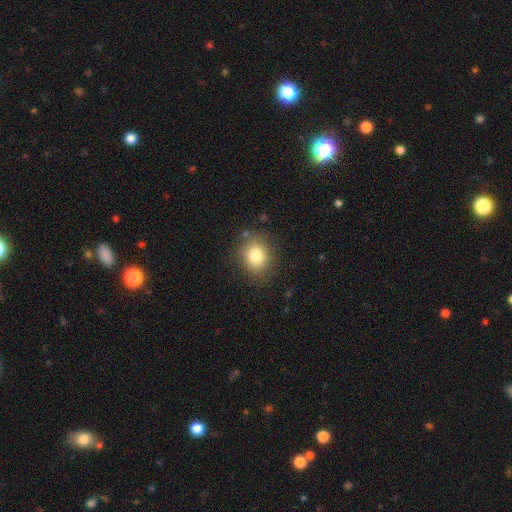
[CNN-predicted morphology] Smooth or featured: smooth — 80% (star or artifact — 11%)
How rounded: round — 66% (in between — 33%)
Merging: none — 83% (minor disturbance — 11%)